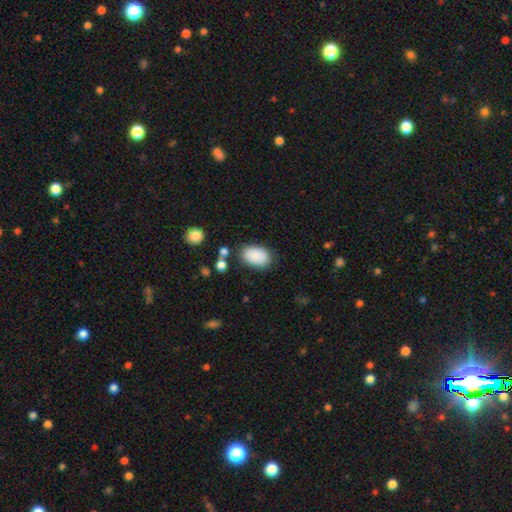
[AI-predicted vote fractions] This appears to be a smooth galaxy with no disk features (89%) that is in between round and cigar-shaped (90%). Merging: none (79%).